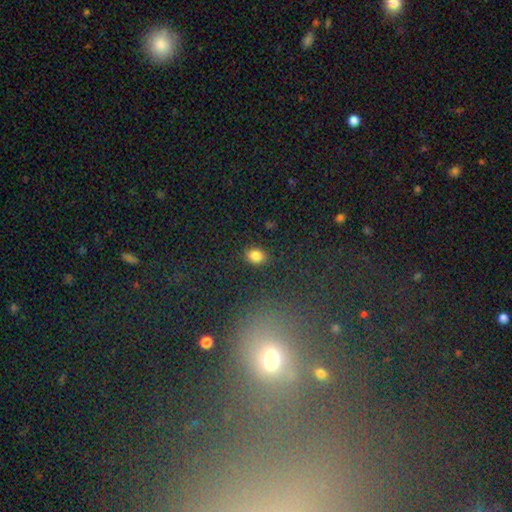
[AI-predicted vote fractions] Smooth or featured? Predicted: smooth (p=0.83). How rounded? Predicted: in between (p=0.54). Merging? Predicted: none (p=0.88).